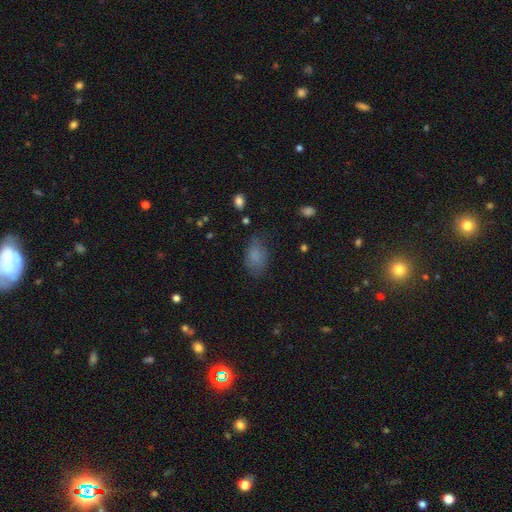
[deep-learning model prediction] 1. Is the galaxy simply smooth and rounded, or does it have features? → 80% smooth, 11% star or artifact, 9% featured or disk.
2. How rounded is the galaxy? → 87% in between, 11% round, 2% cigar-shaped.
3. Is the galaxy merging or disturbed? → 64% none, 25% minor disturbance, 9% major disturbance, 2% merger.